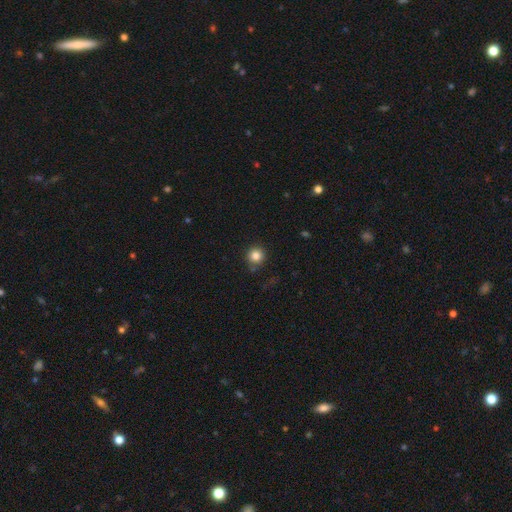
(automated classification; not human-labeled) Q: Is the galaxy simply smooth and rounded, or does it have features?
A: smooth — 83%.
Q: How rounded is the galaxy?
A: round — 94%.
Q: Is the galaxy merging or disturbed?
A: none — 84%.